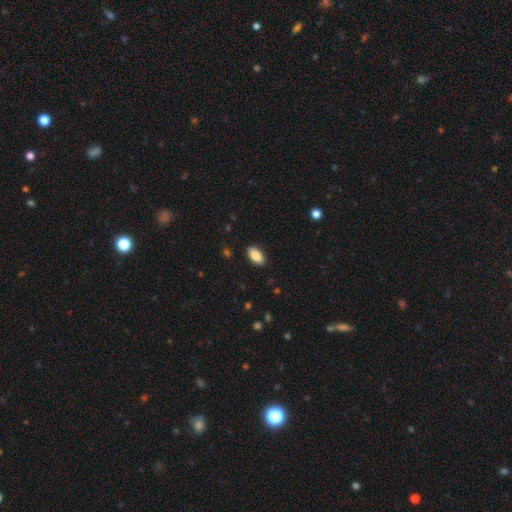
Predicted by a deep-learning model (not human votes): smooth-or-featured: smooth: 88% | star or artifact: 7% | featured or disk: 5%
  how-rounded: in between: 93% | cigar-shaped: 5% | round: 3%
  merging: none: 89% | minor disturbance: 8% | major disturbance: 2% | merger: 1%